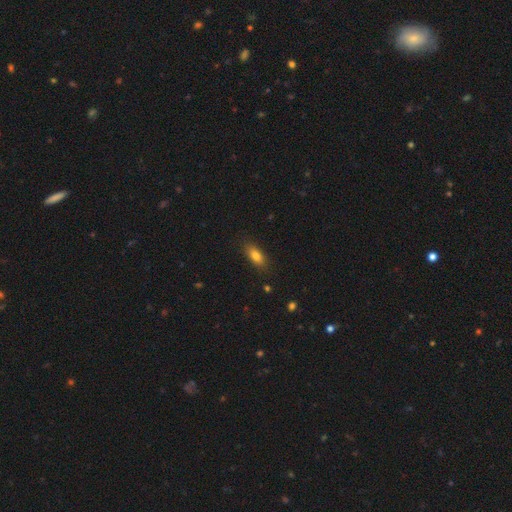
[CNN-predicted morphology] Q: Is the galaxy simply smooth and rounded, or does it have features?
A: smooth — 81%.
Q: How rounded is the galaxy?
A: in between — 79%.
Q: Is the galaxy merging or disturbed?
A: none — 84%.